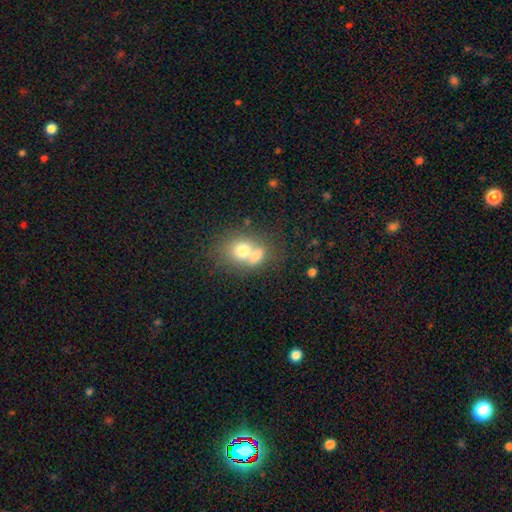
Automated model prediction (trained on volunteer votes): This is likely a smooth galaxy (70%). How rounded: possibly round (54%). Merging: likely merger (63%).